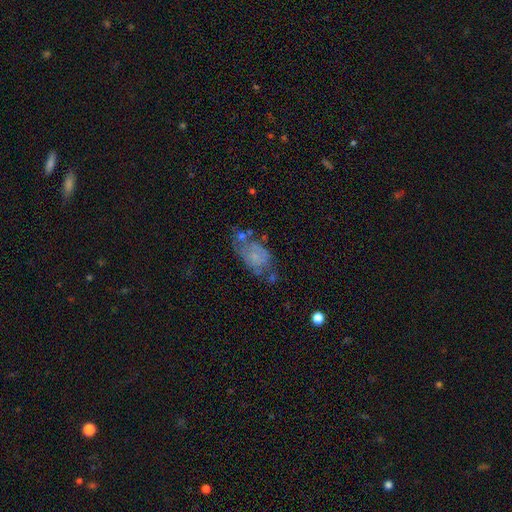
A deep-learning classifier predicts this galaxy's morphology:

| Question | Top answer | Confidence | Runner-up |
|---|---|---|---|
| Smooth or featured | featured or disk | 46% | smooth (43%) |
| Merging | none | 37% | minor disturbance (28%) |